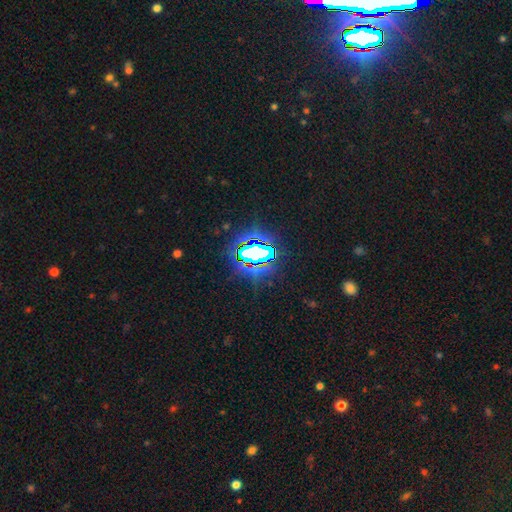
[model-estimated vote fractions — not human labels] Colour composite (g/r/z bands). It shows a star or artifact, not a galaxy (73%).